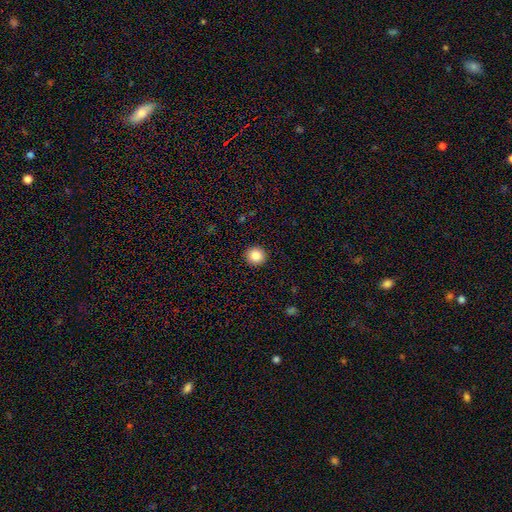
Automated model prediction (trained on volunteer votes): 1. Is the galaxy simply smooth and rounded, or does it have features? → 85% smooth, 10% star or artifact, 5% featured or disk.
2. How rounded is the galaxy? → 93% round, 6% in between, 1% cigar-shaped.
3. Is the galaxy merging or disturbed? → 93% none, 5% minor disturbance, 2% major disturbance, 1% merger.